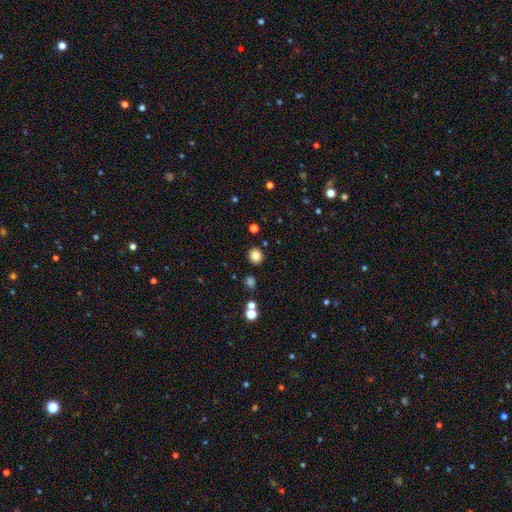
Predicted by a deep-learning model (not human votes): Smooth or featured: smooth — 83% (star or artifact — 12%)
How rounded: round — 84% (in between — 15%)
Merging: none — 88% (minor disturbance — 6%)